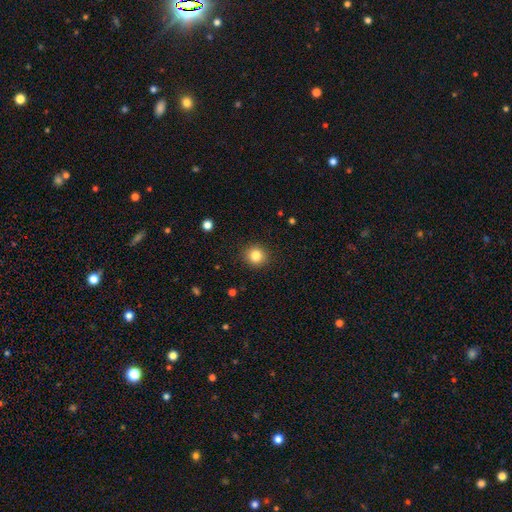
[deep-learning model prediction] A smooth galaxy with no disk features (83%) that is round (89%). Merging: none (91%).